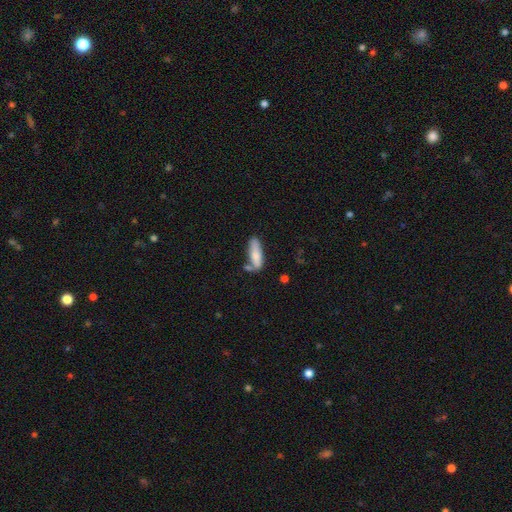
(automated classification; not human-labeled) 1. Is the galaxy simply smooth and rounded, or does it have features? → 78% smooth, 16% featured or disk, 6% star or artifact.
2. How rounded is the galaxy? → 49% in between (tied), 49% cigar-shaped (tied), 2% round.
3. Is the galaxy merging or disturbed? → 54% none, 23% minor disturbance, 16% merger, 7% major disturbance.